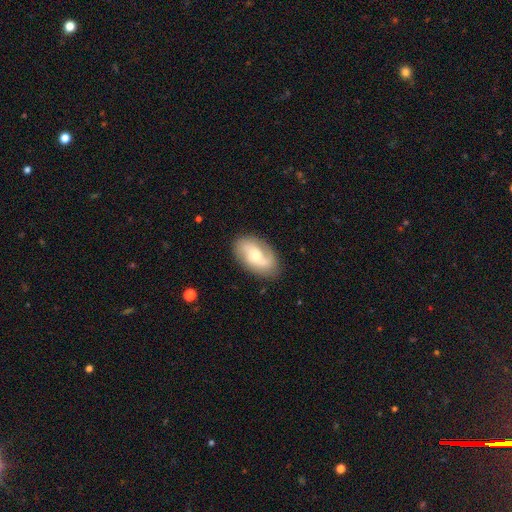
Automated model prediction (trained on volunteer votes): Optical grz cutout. It shows a featured or disk galaxy (64%) with no bar (53%), 2 (74%) medium (41%) spiral arms (90%) and a moderate central bulge (50%). Merging: none (80%).